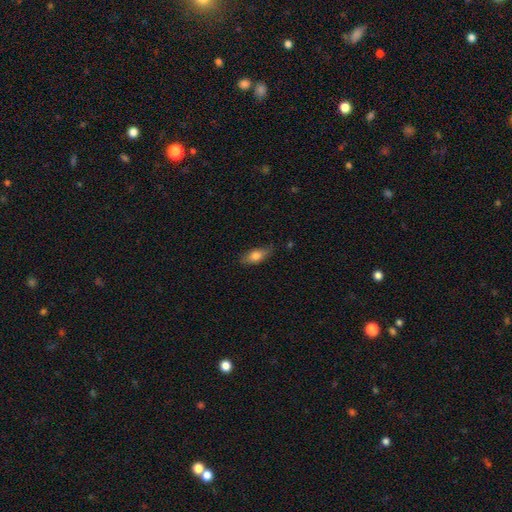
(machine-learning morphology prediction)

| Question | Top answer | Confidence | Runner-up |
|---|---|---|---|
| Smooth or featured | smooth | 75% | featured or disk (18%) |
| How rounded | in between | 79% | cigar-shaped (17%) |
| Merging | none | 75% | minor disturbance (20%) |